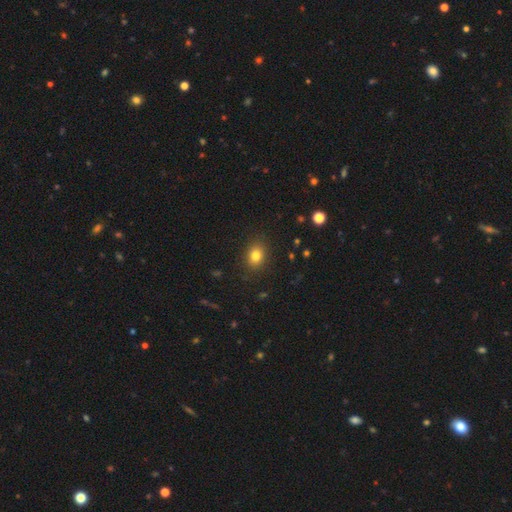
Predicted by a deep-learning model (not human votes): Smooth or featured?
  - smooth: 81% *
  - star or artifact: 12%
  - featured or disk: 7%
How rounded?
  - in between: 52% *
  - round: 47%
  - cigar-shaped: 1%
Merging?
  - none: 88% *
  - minor disturbance: 8%
  - major disturbance: 3%
  - merger: 1%